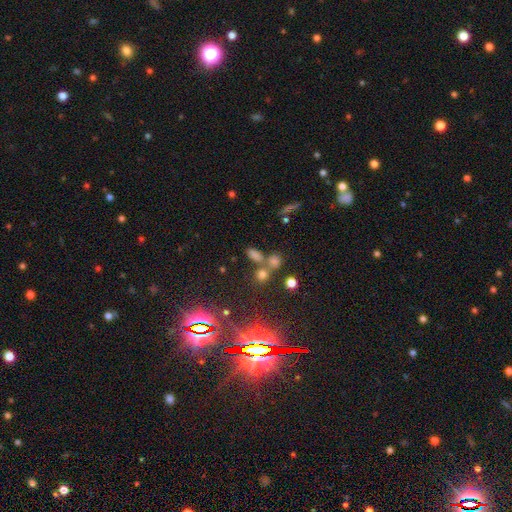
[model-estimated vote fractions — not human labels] Smooth or featured? Predicted: star or artifact (p=0.46).